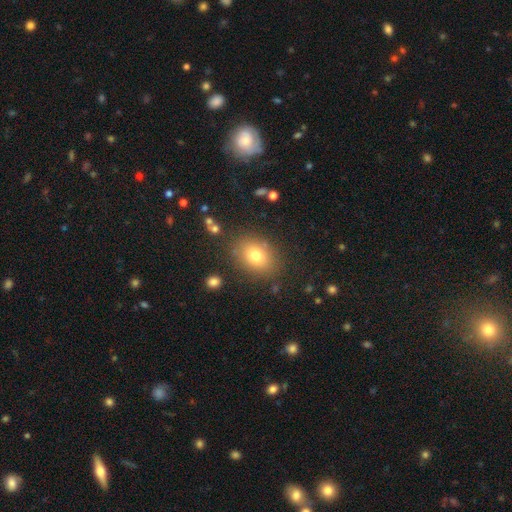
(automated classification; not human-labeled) Smooth or featured? smooth (77%)
How rounded? in between (64%)
Merging? none (82%)